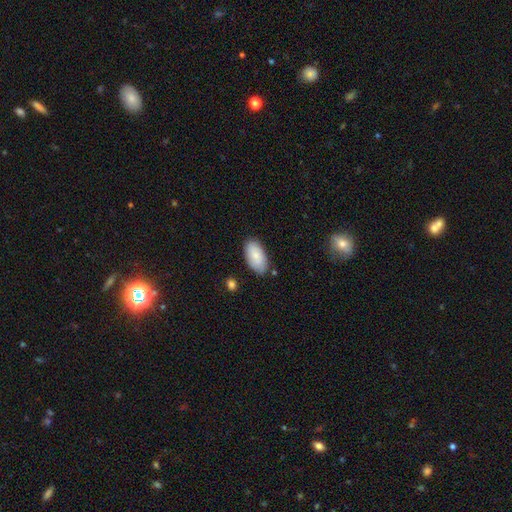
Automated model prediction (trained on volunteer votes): Smooth or featured: smooth — 82% (featured or disk — 12%)
How rounded: in between — 95% (cigar-shaped — 3%)
Merging: none — 80% (minor disturbance — 15%)